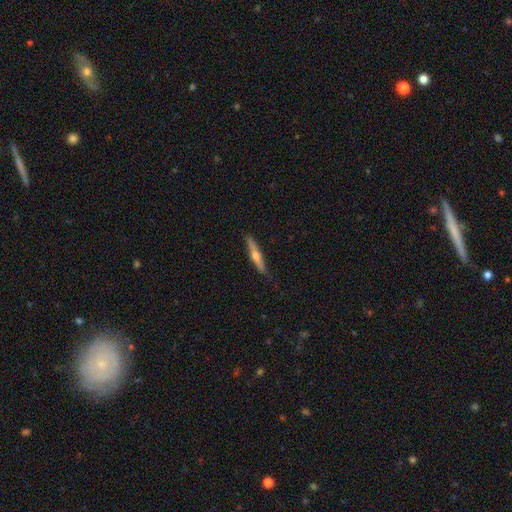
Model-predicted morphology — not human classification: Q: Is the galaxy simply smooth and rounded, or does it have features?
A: featured or disk — 65%.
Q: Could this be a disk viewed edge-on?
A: yes — 96%.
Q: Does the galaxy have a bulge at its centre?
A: rounded — 90%.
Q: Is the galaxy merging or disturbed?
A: none — 83%.